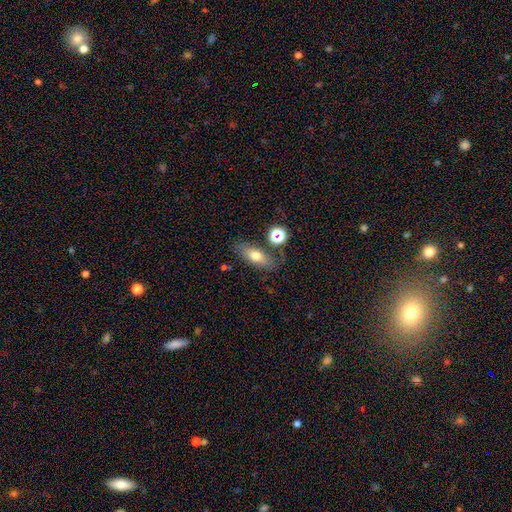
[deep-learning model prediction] Morphology: type=smooth (66%); roundness=in between (74%); merging=none (74%).